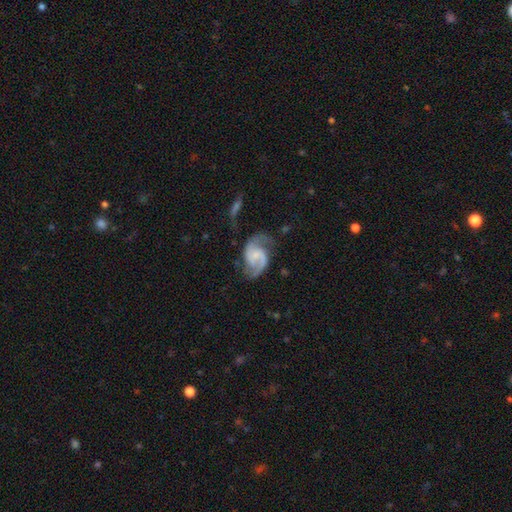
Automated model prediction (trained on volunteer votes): Smooth or featured: featured or disk — 88% (smooth — 7%)
Edge-on disk: no — 98% (yes — 2%)
Bar: no — 49% (weak — 42%)
Spiral arms: yes — 97% (no — 3%)
Spiral winding: medium — 55% (loose — 28%)
Spiral arm count: 2 — 91% (1 — 3%)
Bulge size: small — 52% (none — 23%)
Merging: none — 62% (minor disturbance — 22%)